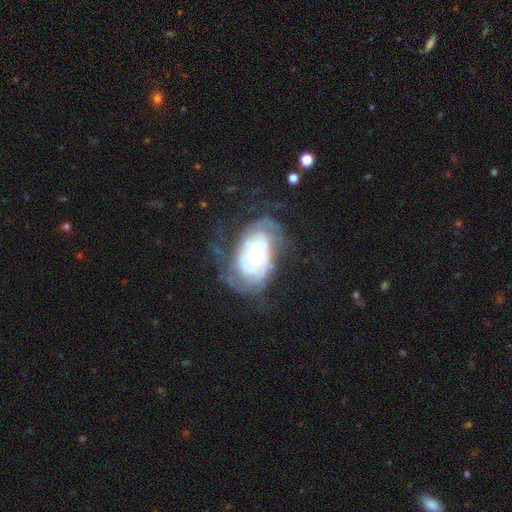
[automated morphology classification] The model was most divided on "spiral arm count": can't tell: 47%, 2: 29%, 3: 11%, 1: 5%, 4: 5%, more than 4: 4%. More confident: edge-on disk — no (96%); spiral arms — yes (84%); smooth or featured — featured or disk (82%); bar — no (75%); spiral winding — tight (66%); bulge size — moderate (64%); merging — none (51%).